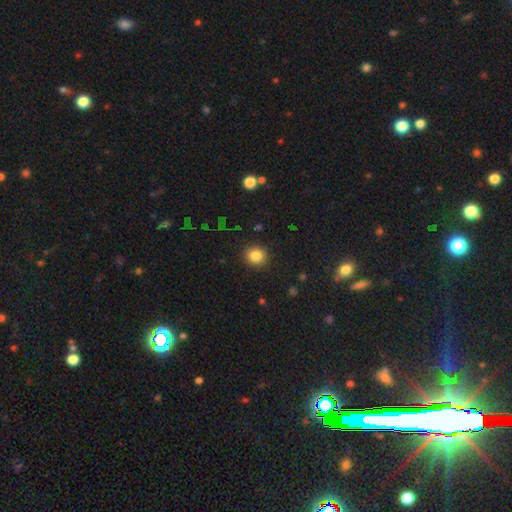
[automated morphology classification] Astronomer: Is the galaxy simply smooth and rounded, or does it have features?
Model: smooth — 84%.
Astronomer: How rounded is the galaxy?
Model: round — 87%.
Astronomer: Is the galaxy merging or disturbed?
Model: none — 90%.